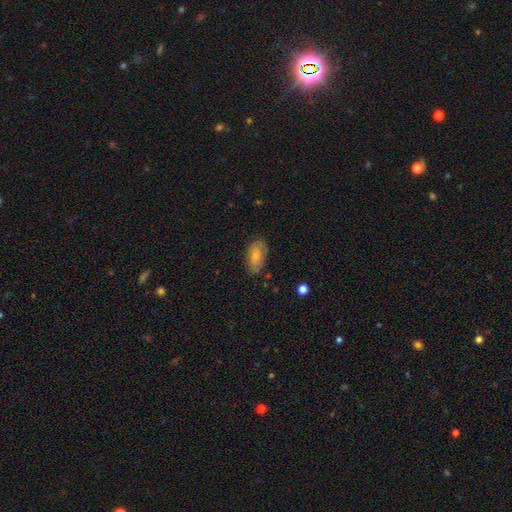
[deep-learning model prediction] Morphology: type=smooth (68%); roundness=in between (92%); merging=none (72%).